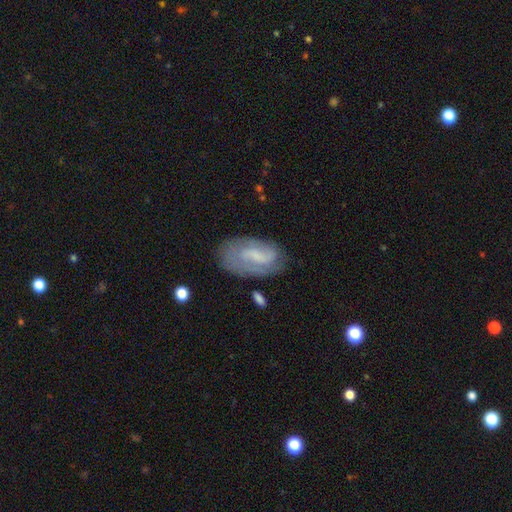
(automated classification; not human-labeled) A featured or disk galaxy (60%) with a weak bar (51%), spiral arms (80%) and a small central bulge (39%).

Vote fractions:
- Smooth or featured? featured or disk: 60% / smooth: 32% / star or artifact: 8%
- Edge-on disk? no: 94% / yes: 6%
- Bar? weak: 51% / no: 30% / strong: 19%
- Spiral arms? yes: 80% / no: 20%
- Bulge size? small: 39% / none: 32% / moderate: 24% / large: 4% / dominant: 1%
- Merging? none: 67% / minor disturbance: 21% / major disturbance: 9% / merger: 3%